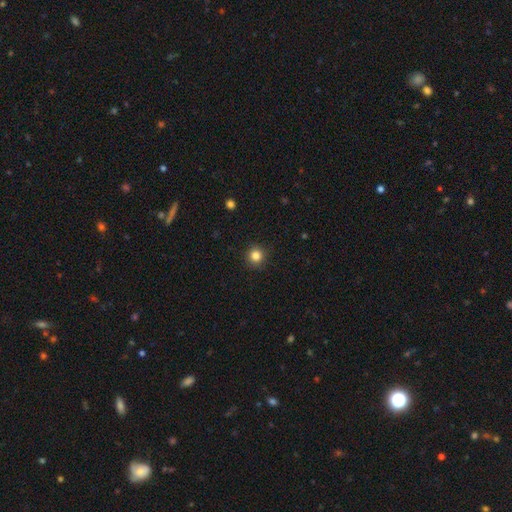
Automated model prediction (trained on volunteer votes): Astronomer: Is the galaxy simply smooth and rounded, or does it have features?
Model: smooth — 84%.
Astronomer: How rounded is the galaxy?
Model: round — 94%.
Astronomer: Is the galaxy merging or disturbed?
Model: none — 92%.